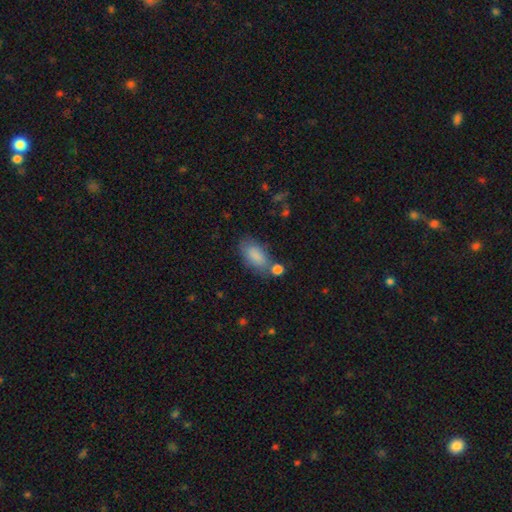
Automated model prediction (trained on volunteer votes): smooth 85%, featured or disk 8%, star or artifact 7%. Down the decision tree: how rounded — in between (90%); merging — none (59%).